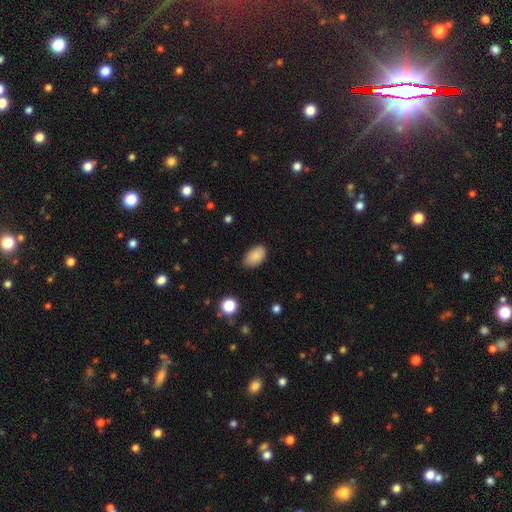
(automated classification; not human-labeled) Smooth or featured? Predicted: smooth (p=0.86). How rounded? Predicted: in between (p=0.92). Merging? Predicted: none (p=0.80).